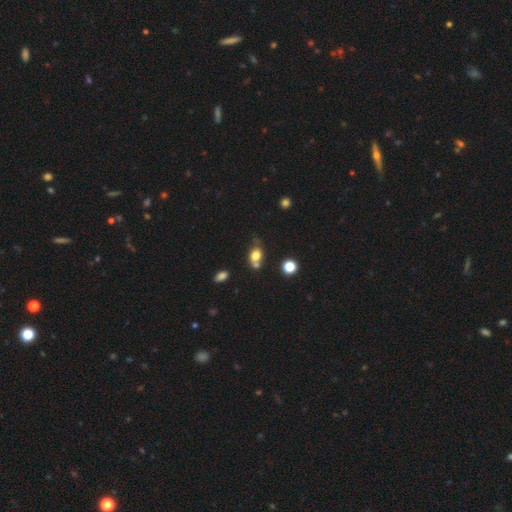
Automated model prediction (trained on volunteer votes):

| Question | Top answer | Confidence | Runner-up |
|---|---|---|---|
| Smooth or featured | smooth | 75% | featured or disk (13%) |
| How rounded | in between | 50% | round (48%) |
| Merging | none | 44% | merger (34%) |